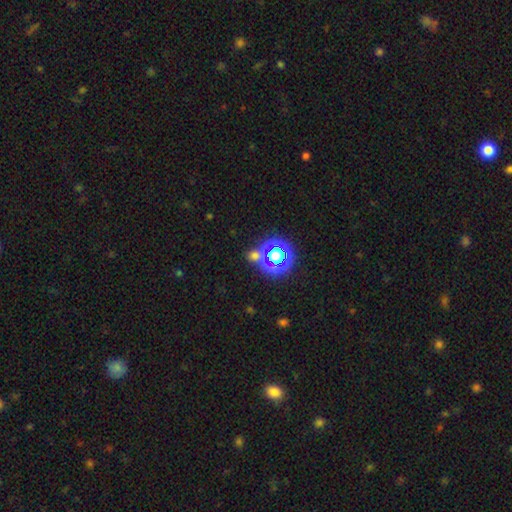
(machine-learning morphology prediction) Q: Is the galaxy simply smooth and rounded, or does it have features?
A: star or artifact — 52%.